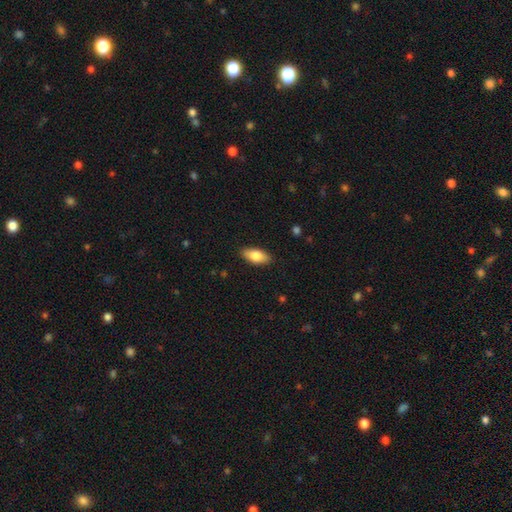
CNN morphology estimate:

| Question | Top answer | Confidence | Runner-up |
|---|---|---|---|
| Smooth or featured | smooth | 80% | featured or disk (14%) |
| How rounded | in between | 86% | cigar-shaped (11%) |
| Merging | none | 88% | minor disturbance (9%) |